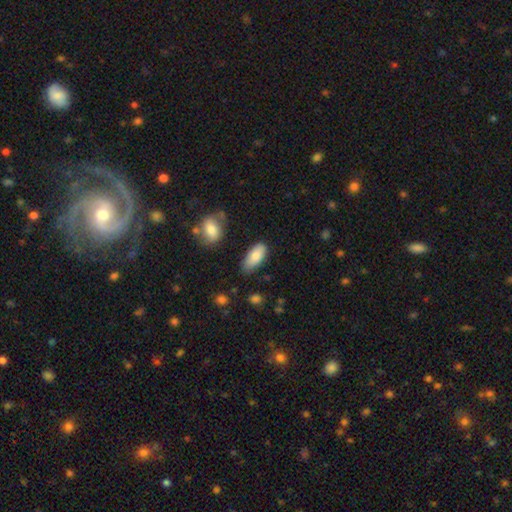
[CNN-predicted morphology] Smooth or featured?
  - smooth: 84% *
  - featured or disk: 9%
  - star or artifact: 6%
How rounded?
  - in between: 88% *
  - cigar-shaped: 10%
  - round: 2%
Merging?
  - none: 70% *
  - minor disturbance: 23%
  - major disturbance: 4%
  - merger: 3%